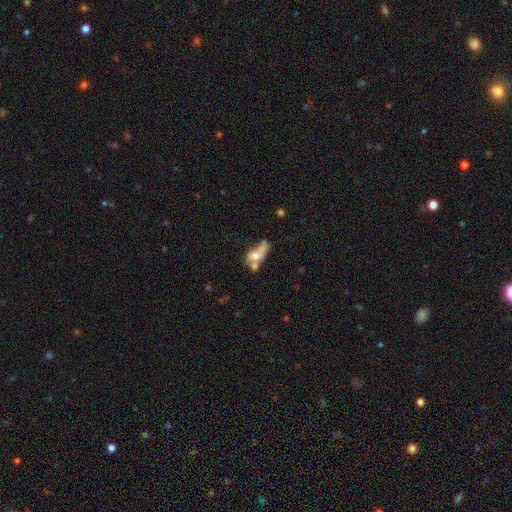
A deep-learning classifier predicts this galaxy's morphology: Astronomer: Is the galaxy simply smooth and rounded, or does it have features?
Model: smooth — 53% (runner-up: featured or disk, 37%).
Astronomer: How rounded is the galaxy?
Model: in between — 74%.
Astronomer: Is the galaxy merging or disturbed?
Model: merger — 40% (runner-up: major disturbance, 21%).